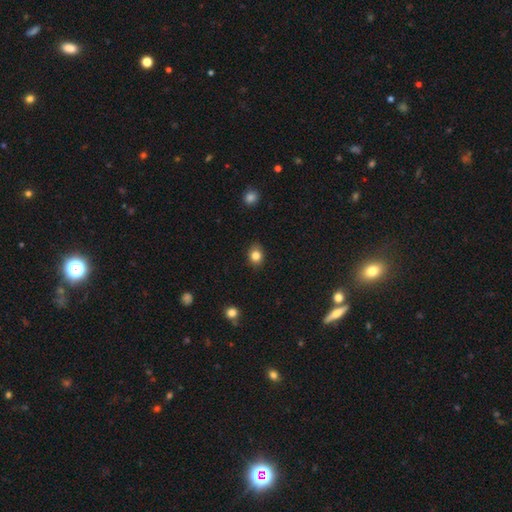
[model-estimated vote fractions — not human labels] Morphology: type=smooth (83%); roundness=round (54%); merging=none (86%).